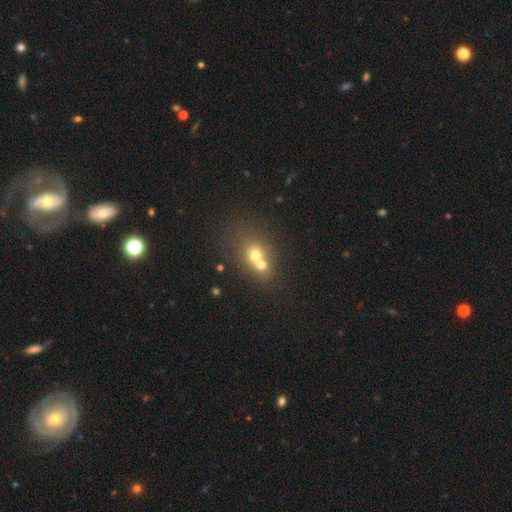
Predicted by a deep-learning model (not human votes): Morphology: type=smooth (65%); roundness=round (65%); merging=merger (64%).